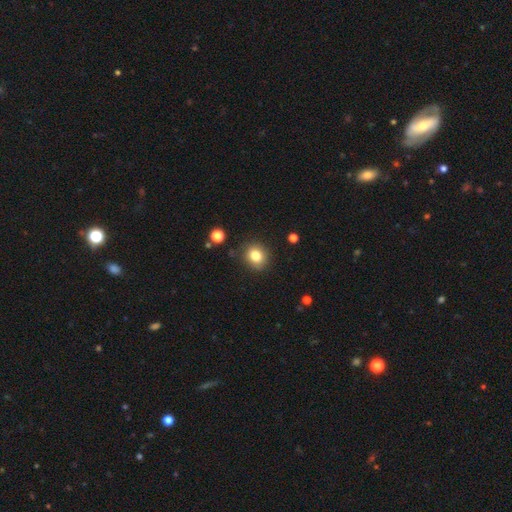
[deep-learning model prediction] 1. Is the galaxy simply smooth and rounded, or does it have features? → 81% smooth, 12% star or artifact, 8% featured or disk.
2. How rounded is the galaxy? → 80% round, 20% in between, 1% cigar-shaped.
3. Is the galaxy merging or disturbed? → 86% none, 9% minor disturbance, 2% major disturbance, 2% merger.